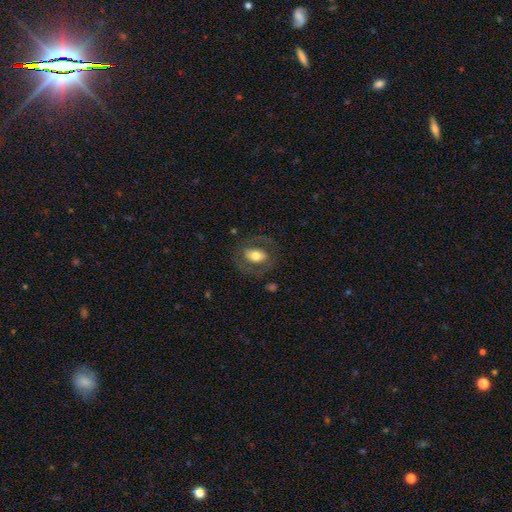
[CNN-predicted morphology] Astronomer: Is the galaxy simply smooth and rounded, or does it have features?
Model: smooth — 51% (runner-up: featured or disk, 42%).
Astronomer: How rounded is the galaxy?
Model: in between — 74%.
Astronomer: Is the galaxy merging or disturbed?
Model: none — 72%.